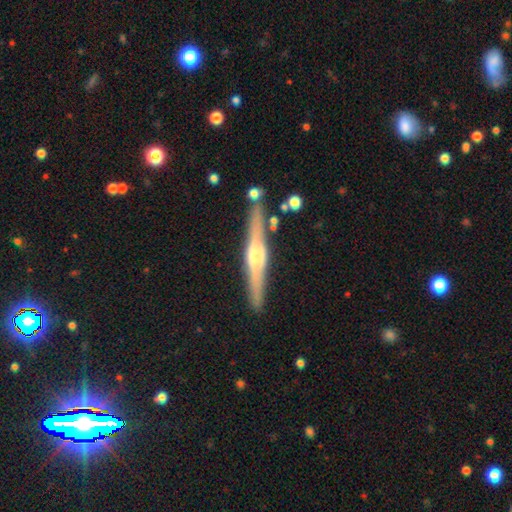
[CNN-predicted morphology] A featured or disk galaxy (78%) viewed edge-on (97%) with a rounded central bulge (79%).

Vote fractions:
- Smooth or featured? featured or disk: 78% / smooth: 16% / star or artifact: 5%
- Edge-on disk? yes: 97% / no: 3%
- Edge-on bulge? rounded: 79% / boxy: 15% / none: 6%
- Merging? none: 85% / minor disturbance: 10% / merger: 3% / major disturbance: 2%